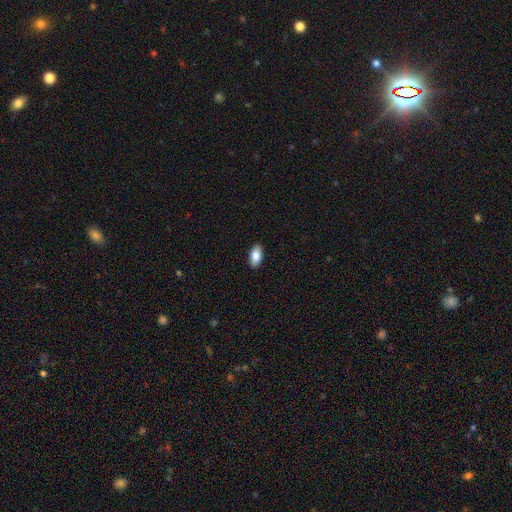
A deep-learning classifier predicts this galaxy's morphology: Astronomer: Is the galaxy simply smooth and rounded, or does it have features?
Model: smooth — 85%.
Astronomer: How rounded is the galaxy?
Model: in between — 92%.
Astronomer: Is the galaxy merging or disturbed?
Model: none — 89%.